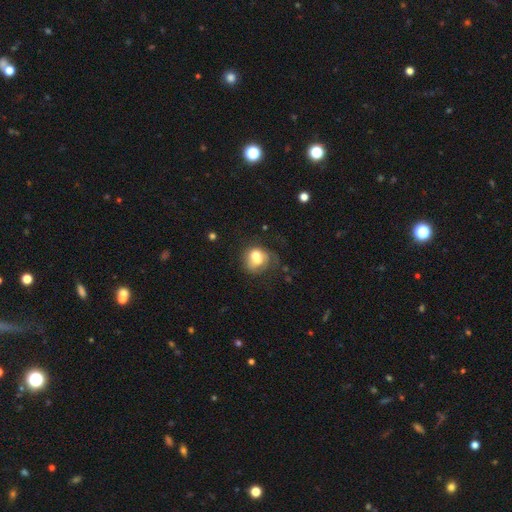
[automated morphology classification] This appears to be a smooth galaxy with no disk features (59%) that is round (61%). Merging: none (33%).